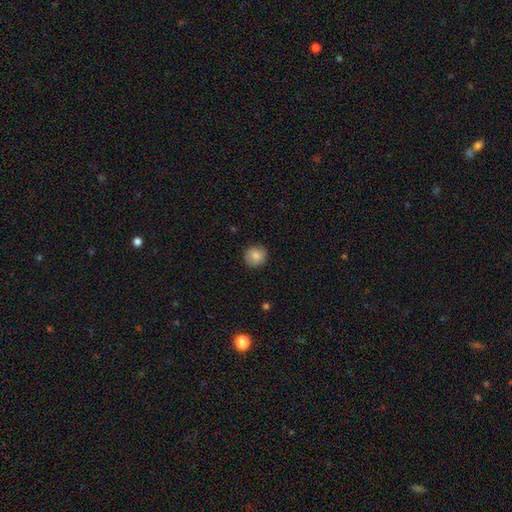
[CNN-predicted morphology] Smooth or featured? Predicted: smooth (p=0.82). How rounded? Predicted: round (p=0.90). Merging? Predicted: none (p=0.87).